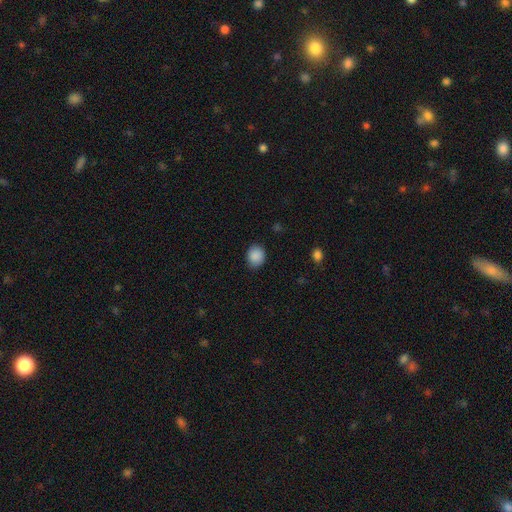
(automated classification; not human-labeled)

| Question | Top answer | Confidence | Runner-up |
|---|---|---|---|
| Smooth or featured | smooth | 89% | star or artifact (8%) |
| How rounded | round | 63% | in between (36%) |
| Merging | none | 83% | minor disturbance (13%) |